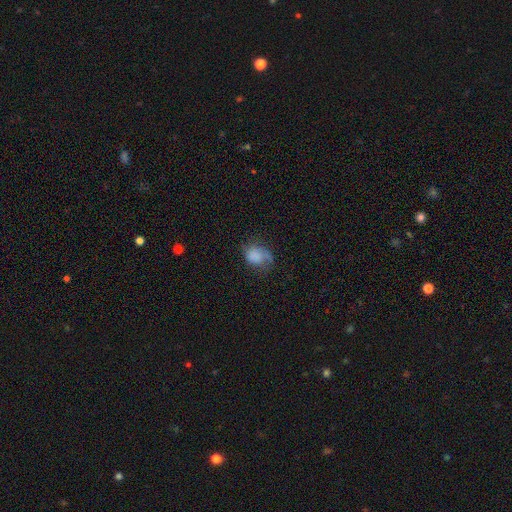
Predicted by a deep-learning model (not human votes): This is likely a smooth galaxy (71%). How rounded: likely in between (61%). Merging: marginally none (39%).